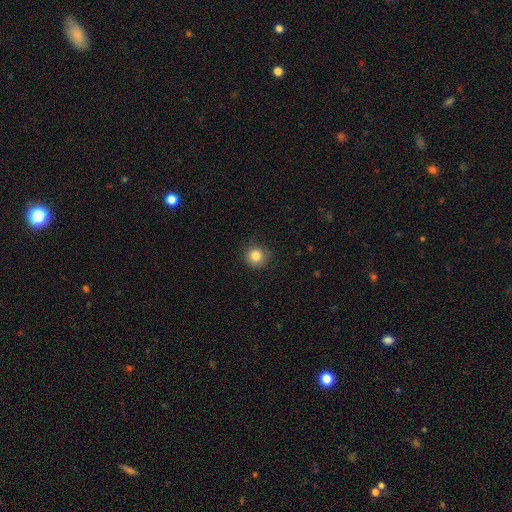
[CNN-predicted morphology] Smooth or featured? smooth (84%)
How rounded? round (93%)
Merging? none (84%)